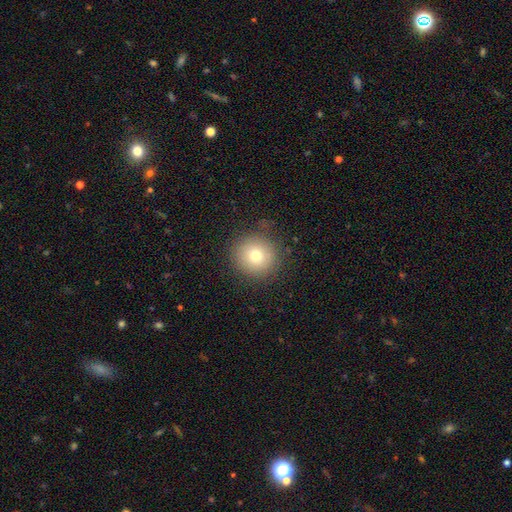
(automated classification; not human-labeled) smooth_or_featured: smooth (p=0.74) [alt: featured or disk p=0.13]
how_rounded: round (p=0.94) [alt: in between p=0.05]
merging: none (p=0.87) [alt: minor disturbance p=0.09]